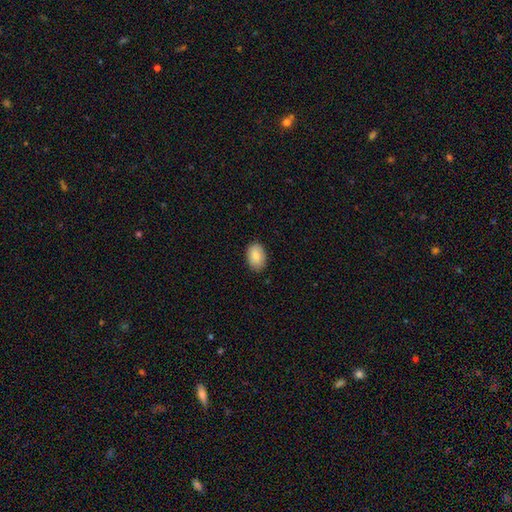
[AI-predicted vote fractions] Smooth or featured? Predicted: smooth (p=0.88). How rounded? Predicted: in between (p=0.89). Merging? Predicted: none (p=0.86).